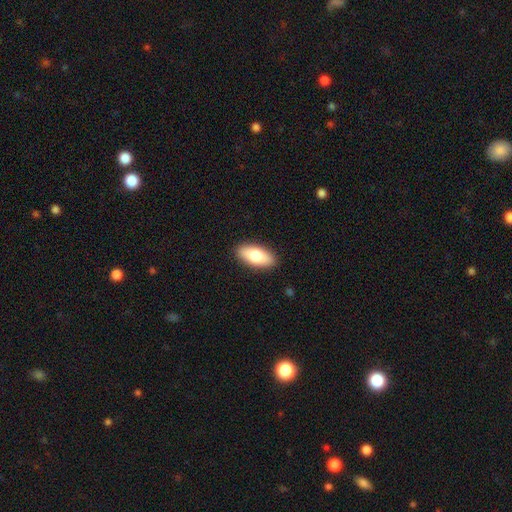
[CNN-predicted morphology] Smooth or featured? Predicted: smooth (p=0.77). How rounded? Predicted: in between (p=0.84). Merging? Predicted: none (p=0.90).